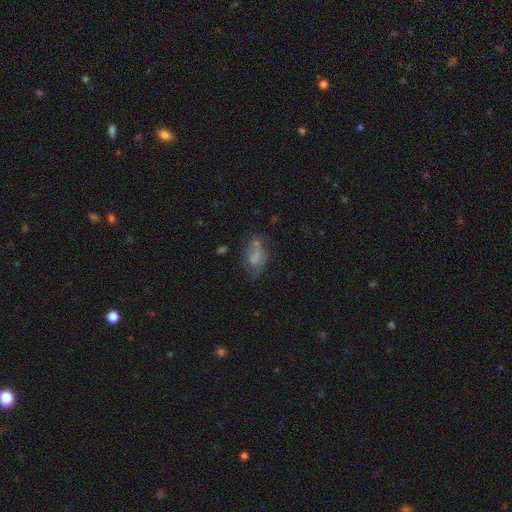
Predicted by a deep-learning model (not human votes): Smooth or featured?
  - smooth: 54% *
  - featured or disk: 32%
  - star or artifact: 14%
How rounded?
  - in between: 85% *
  - round: 12%
  - cigar-shaped: 3%
Merging?
  - none: 40% *
  - minor disturbance: 23%
  - merger: 19%
  - major disturbance: 18%